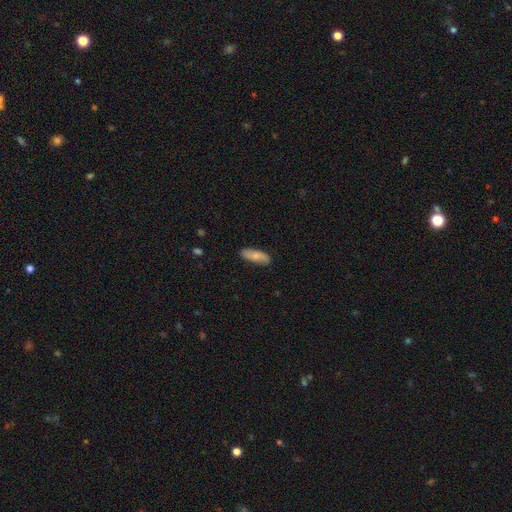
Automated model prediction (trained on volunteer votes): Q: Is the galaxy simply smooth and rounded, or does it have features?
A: smooth — 74%.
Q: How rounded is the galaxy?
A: in between — 63%.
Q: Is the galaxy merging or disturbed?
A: none — 85%.